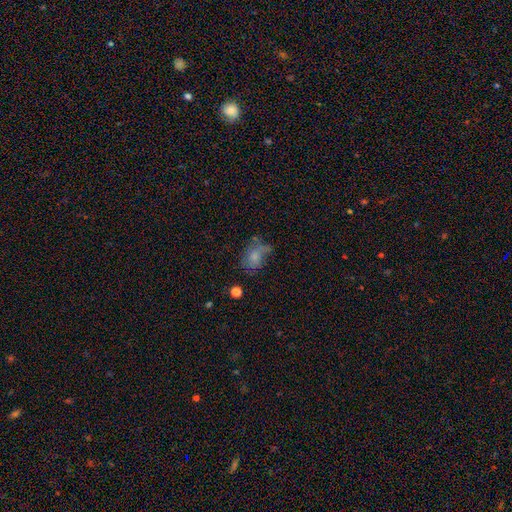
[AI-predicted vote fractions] Smooth or featured: smooth — 72% (featured or disk — 17%)
How rounded: in between — 73% (round — 25%)
Merging: none — 42% (minor disturbance — 30%)